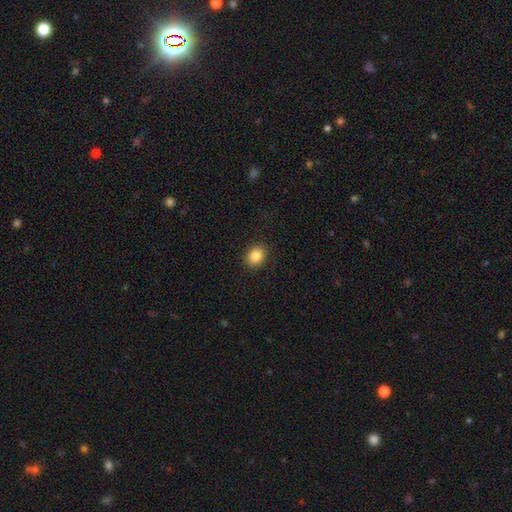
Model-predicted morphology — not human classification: Smooth or featured? Predicted: smooth (p=0.85). How rounded? Predicted: round (p=0.55). Merging? Predicted: none (p=0.90).